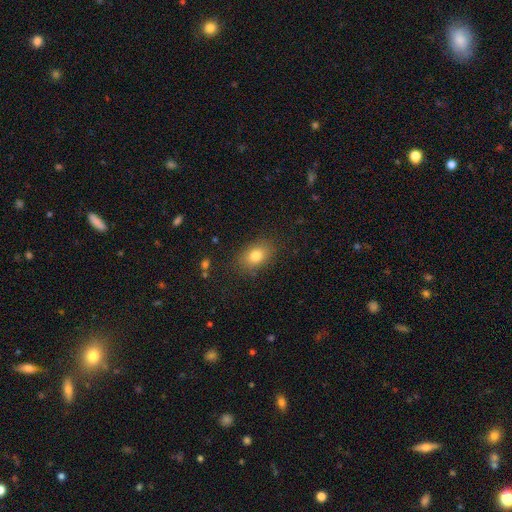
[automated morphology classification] This appears to be a smooth galaxy with no disk features (80%) that is in between round and cigar-shaped (77%). Merging: none (83%).